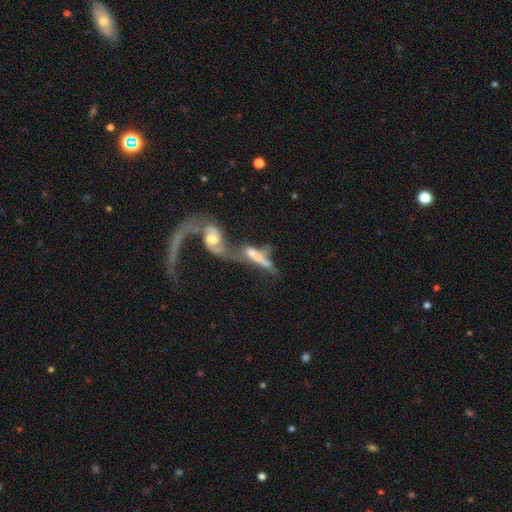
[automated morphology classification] type=featured or disk (56%); edge-on=no (74%); merging=merger (74%).